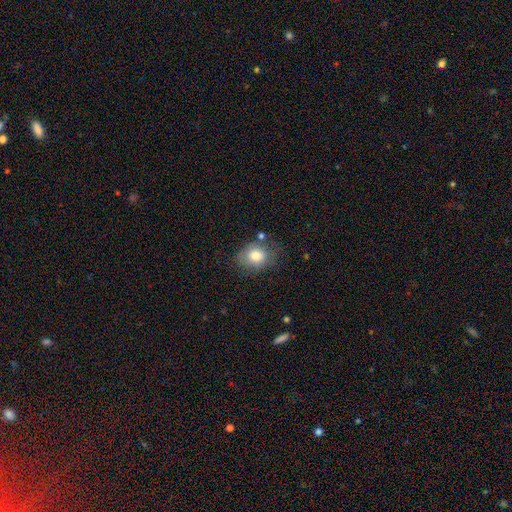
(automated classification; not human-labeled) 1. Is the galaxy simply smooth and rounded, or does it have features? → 77% smooth, 14% featured or disk, 9% star or artifact.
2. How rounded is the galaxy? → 52% in between, 47% round, 1% cigar-shaped.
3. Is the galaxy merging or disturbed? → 63% none, 23% minor disturbance, 8% major disturbance, 6% merger.